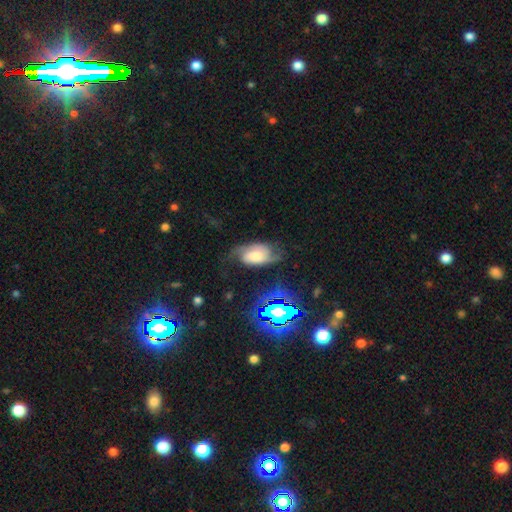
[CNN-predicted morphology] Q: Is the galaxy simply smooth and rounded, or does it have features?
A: featured or disk — 62%.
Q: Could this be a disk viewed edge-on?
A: no — 94%.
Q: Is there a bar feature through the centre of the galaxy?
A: no — 66%.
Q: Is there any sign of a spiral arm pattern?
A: yes — 91%.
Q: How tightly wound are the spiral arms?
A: medium — 41%.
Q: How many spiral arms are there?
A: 2 — 75%.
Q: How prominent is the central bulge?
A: moderate — 33%.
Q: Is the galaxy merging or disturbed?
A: none — 49%.